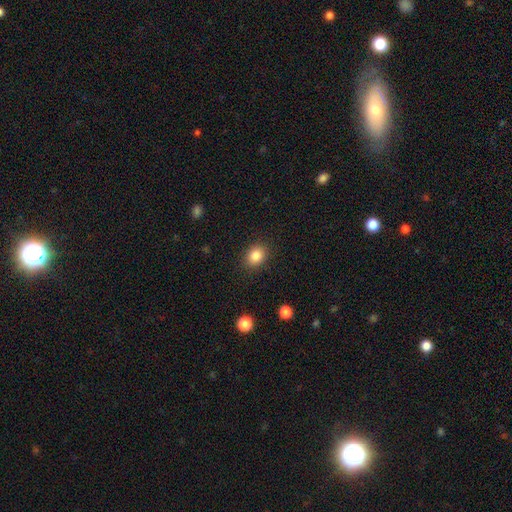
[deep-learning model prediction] Smooth or featured? smooth (84%)
How rounded? round (50%)
Merging? none (88%)